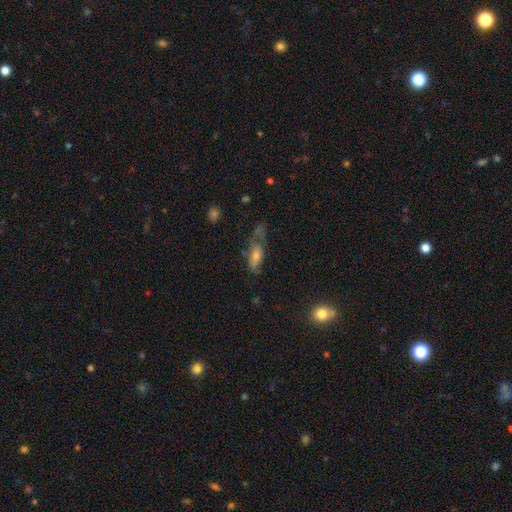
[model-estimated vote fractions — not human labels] This appears to be a smooth galaxy with no disk features (49%). Merging: none (41%).